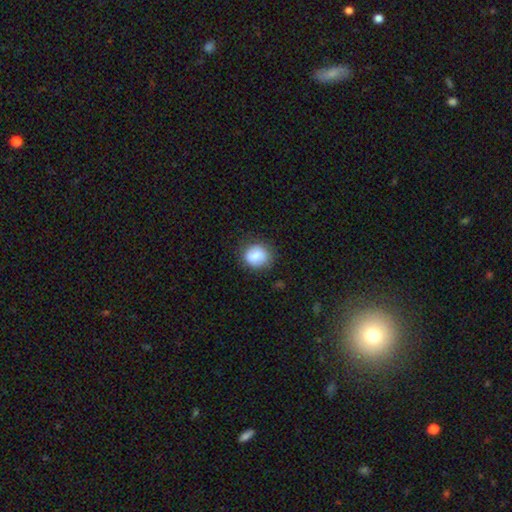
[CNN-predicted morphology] Q: Smooth or featured?
A: smooth (82%); runner-up: featured or disk (10%)
Q: How rounded?
A: round (74%); runner-up: in between (25%)
Q: Merging?
A: none (77%); runner-up: minor disturbance (17%)